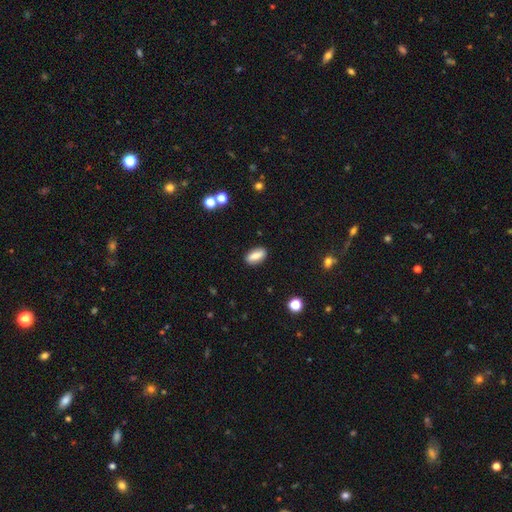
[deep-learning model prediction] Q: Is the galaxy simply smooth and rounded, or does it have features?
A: smooth — 82%.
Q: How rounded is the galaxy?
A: in between — 83%.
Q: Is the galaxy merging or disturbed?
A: none — 88%.